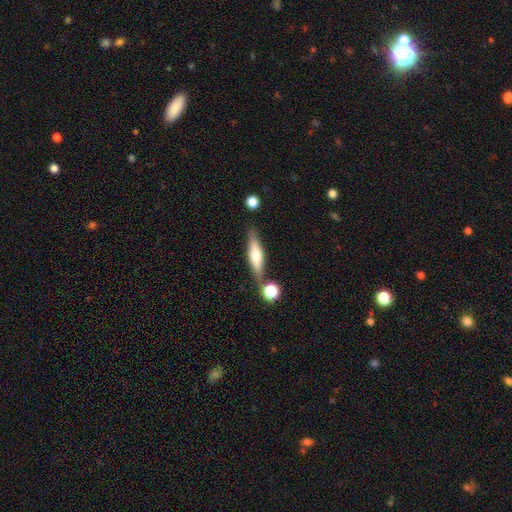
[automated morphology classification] Smooth or featured? smooth (47%)
Merging? none (71%)